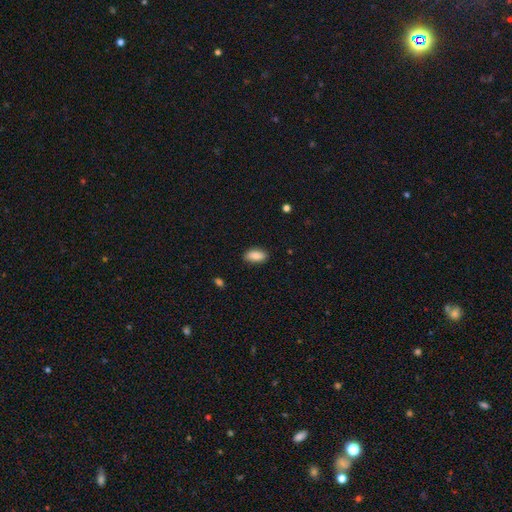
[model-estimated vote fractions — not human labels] smooth_or_featured: smooth (p=0.88) [alt: star or artifact p=0.07]
how_rounded: in between (p=0.91) [alt: cigar-shaped p=0.06]
merging: none (p=0.87) [alt: minor disturbance p=0.09]